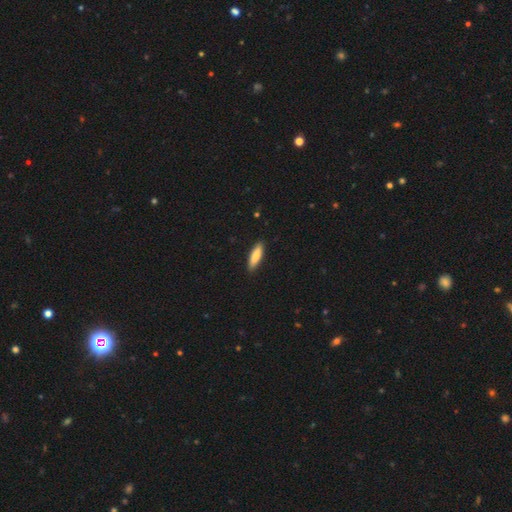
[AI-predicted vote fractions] smooth 84%, featured or disk 11%, star or artifact 5%. Down the decision tree: how rounded — cigar-shaped (59%); merging — none (89%).